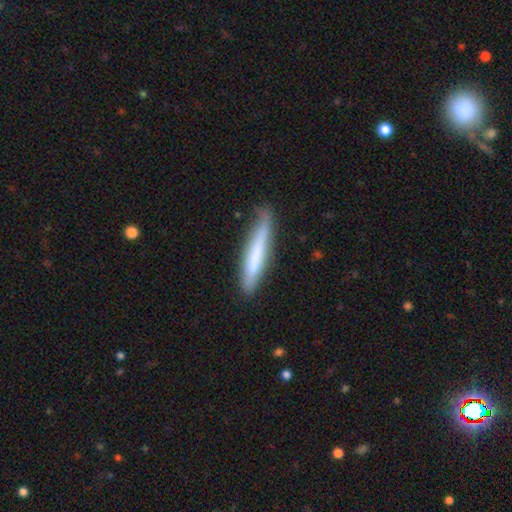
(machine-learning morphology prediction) Smooth or featured?
  - smooth: 65% *
  - featured or disk: 29%
  - star or artifact: 6%
How rounded?
  - cigar-shaped: 93% *
  - in between: 6%
  - round: 1%
Merging?
  - none: 73% *
  - minor disturbance: 21%
  - major disturbance: 4%
  - merger: 2%